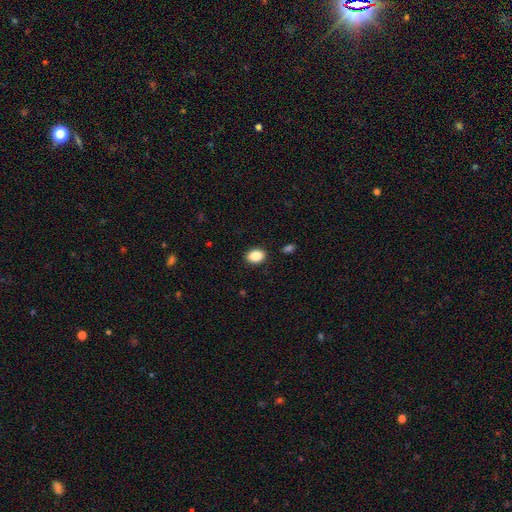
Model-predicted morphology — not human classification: smooth_or_featured: smooth (p=0.87) [alt: star or artifact p=0.08]
how_rounded: in between (p=0.75) [alt: round p=0.24]
merging: none (p=0.89) [alt: minor disturbance p=0.08]